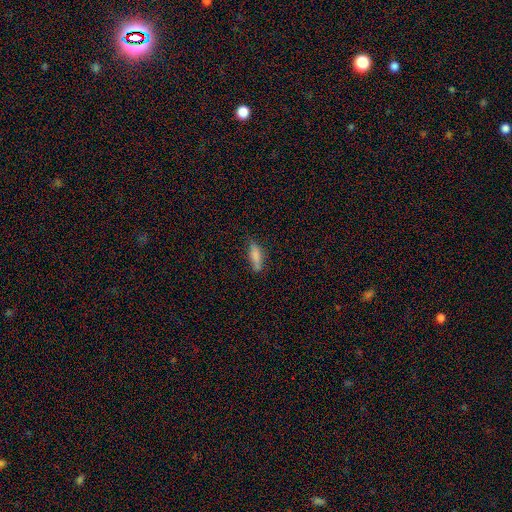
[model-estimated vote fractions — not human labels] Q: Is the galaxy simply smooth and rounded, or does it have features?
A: smooth — 79%.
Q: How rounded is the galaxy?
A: cigar-shaped — 50%.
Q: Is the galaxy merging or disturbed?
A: none — 65%.